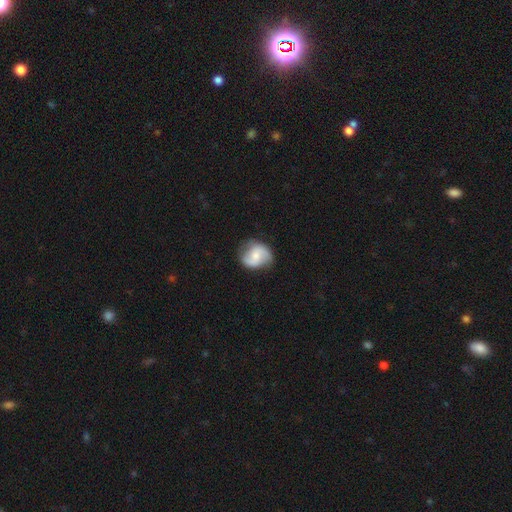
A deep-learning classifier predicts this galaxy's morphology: Q: Smooth or featured?
A: featured or disk (59%); runner-up: smooth (34%)
Q: Edge-on disk?
A: no (97%); runner-up: yes (3%)
Q: Bar?
A: no (53%); runner-up: weak (38%)
Q: Spiral arms?
A: yes (90%); runner-up: no (10%)
Q: Spiral winding?
A: medium (43%); runner-up: loose (37%)
Q: Spiral arm count?
A: 2 (86%); runner-up: can't tell (7%)
Q: Bulge size?
A: moderate (48%); runner-up: small (38%)
Q: Merging?
A: none (73%); runner-up: minor disturbance (20%)